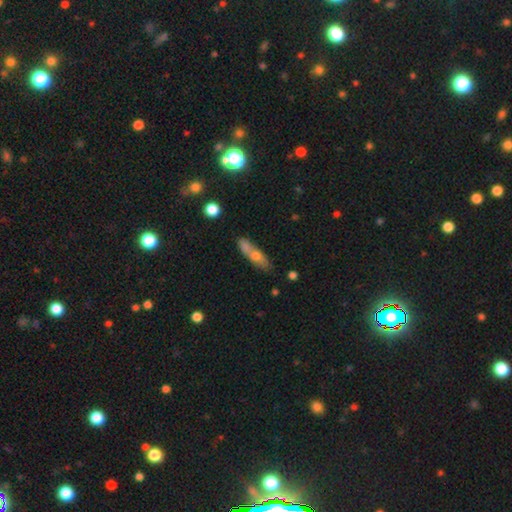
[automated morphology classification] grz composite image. It shows a smooth galaxy with no disk features (64%) that is cigar-shaped (54%). Merging: none (49%).